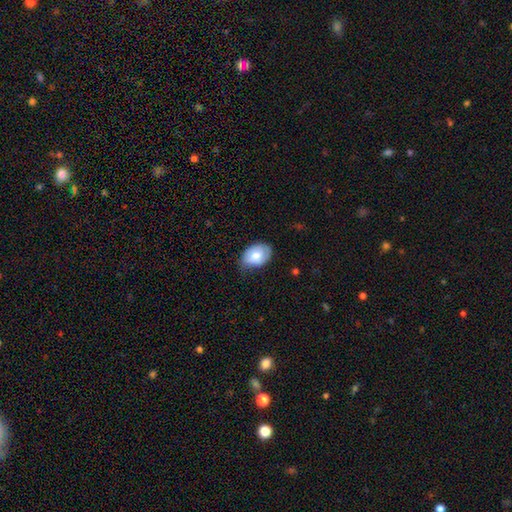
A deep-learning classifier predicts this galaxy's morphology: smooth-or-featured: smooth: 76% | featured or disk: 18% | star or artifact: 6%
  how-rounded: in between: 82% | round: 17% | cigar-shaped: 1%
  merging: none: 59% | minor disturbance: 34% | major disturbance: 6% | merger: 1%